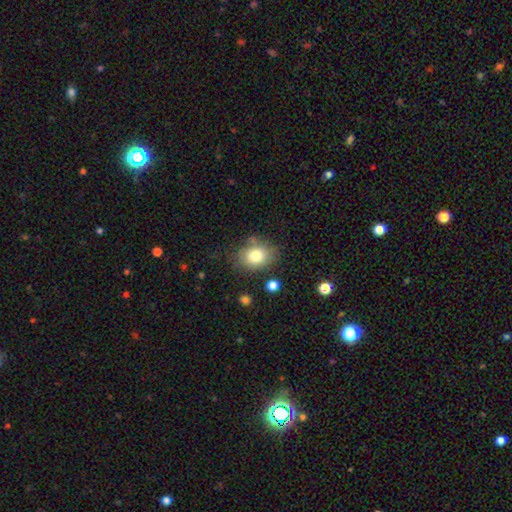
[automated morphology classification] Smooth or featured?
  - smooth: 79% *
  - featured or disk: 11%
  - star or artifact: 9%
How rounded?
  - in between: 58% *
  - round: 41%
  - cigar-shaped: 1%
Merging?
  - none: 73% *
  - minor disturbance: 16%
  - major disturbance: 5%
  - merger: 5%